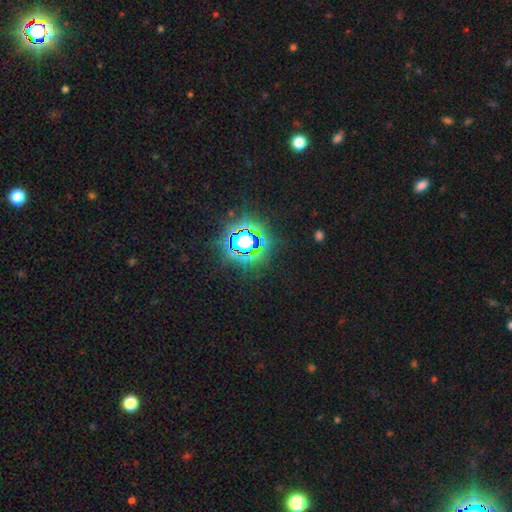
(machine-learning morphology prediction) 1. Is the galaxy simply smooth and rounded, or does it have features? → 82% star or artifact, 11% smooth, 7% featured or disk.